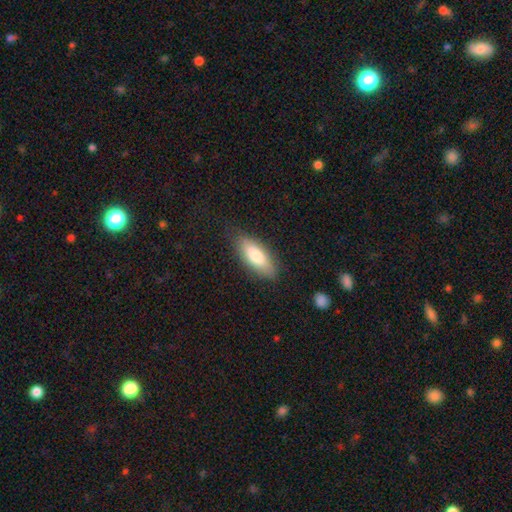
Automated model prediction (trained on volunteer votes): smooth 78%, featured or disk 16%, star or artifact 6%. Down the decision tree: how rounded — in between (76%); merging — none (80%).